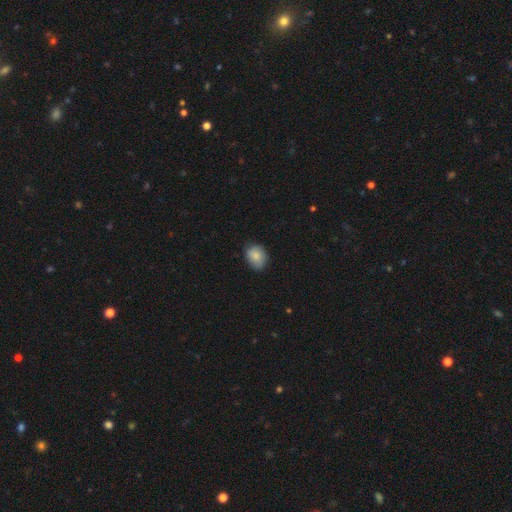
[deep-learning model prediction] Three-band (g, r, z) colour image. It shows a smooth galaxy with no disk features (84%) that is round (55%). Merging: none (78%).